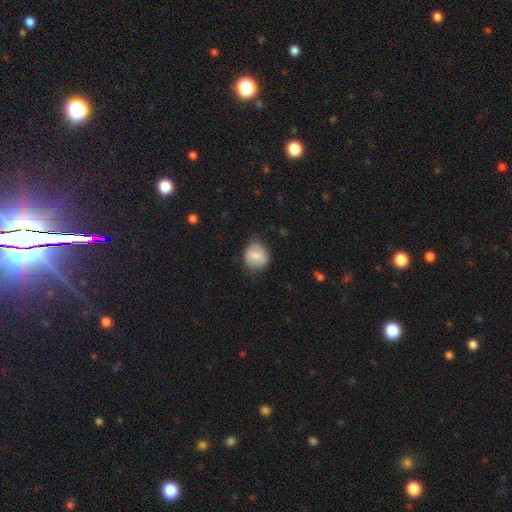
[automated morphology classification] smooth 73%, featured or disk 19%, star or artifact 7%. Down the decision tree: how rounded — round (71%); merging — none (68%).